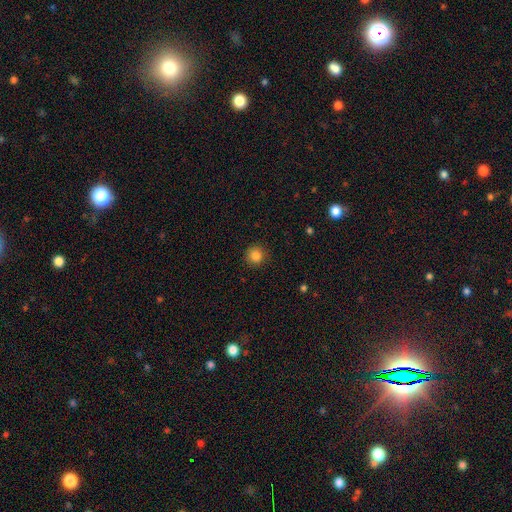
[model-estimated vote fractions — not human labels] Smooth or featured? Predicted: smooth (p=0.85). How rounded? Predicted: round (p=0.93). Merging? Predicted: none (p=0.89).